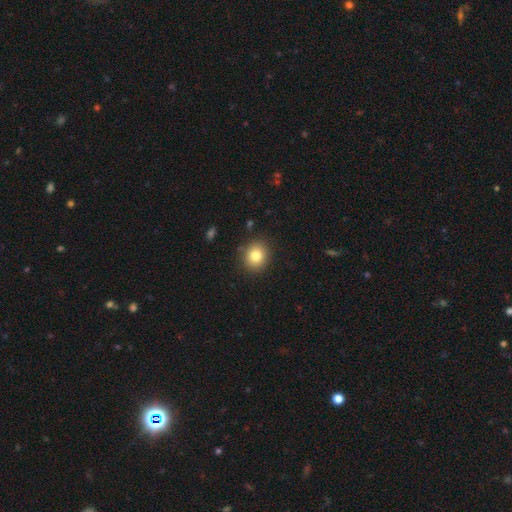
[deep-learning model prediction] A smooth galaxy with no disk features (81%) that is round (75%).

Vote fractions:
- Smooth or featured? smooth: 81% / star or artifact: 10% / featured or disk: 8%
- How rounded? round: 75% / in between: 24% / cigar-shaped: 1%
- Merging? none: 89% / minor disturbance: 8% / major disturbance: 2% / merger: 1%